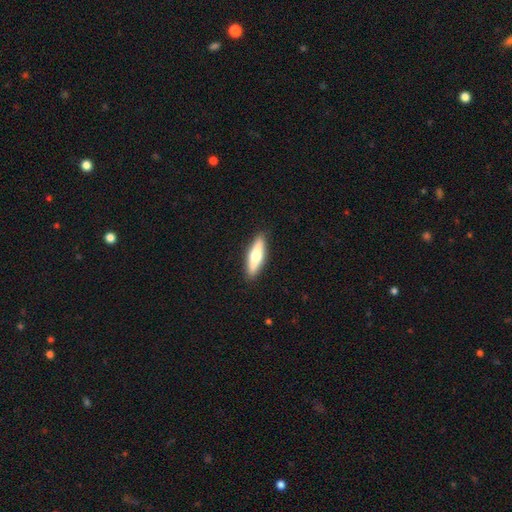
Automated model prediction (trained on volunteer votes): Q: Smooth or featured?
A: smooth (57%); runner-up: featured or disk (38%)
Q: How rounded?
A: cigar-shaped (69%); runner-up: in between (29%)
Q: Merging?
A: none (90%); runner-up: minor disturbance (7%)